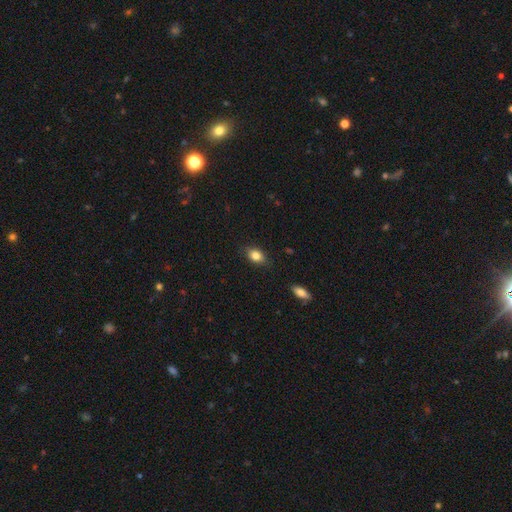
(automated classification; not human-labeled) Smooth or featured?
  - smooth: 83% *
  - star or artifact: 9%
  - featured or disk: 8%
How rounded?
  - in between: 77% *
  - round: 21%
  - cigar-shaped: 2%
Merging?
  - none: 84% *
  - minor disturbance: 13%
  - major disturbance: 2%
  - merger: 1%